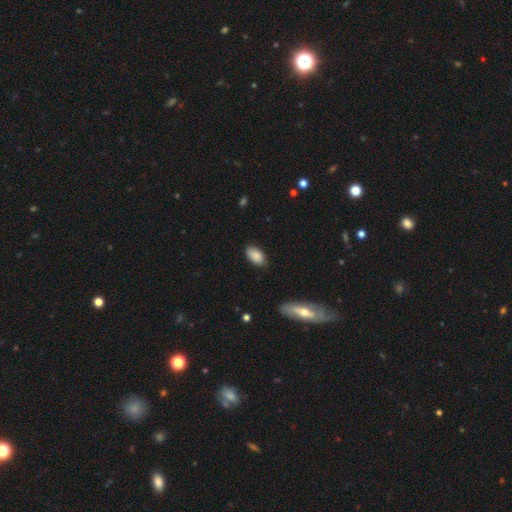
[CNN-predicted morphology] Smooth or featured: smooth — 87% (star or artifact — 7%)
How rounded: in between — 94% (round — 4%)
Merging: none — 85% (minor disturbance — 12%)